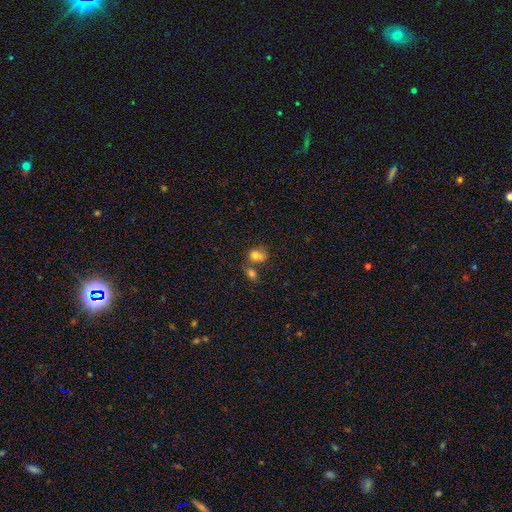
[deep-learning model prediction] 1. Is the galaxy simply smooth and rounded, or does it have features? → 77% smooth, 13% featured or disk, 11% star or artifact.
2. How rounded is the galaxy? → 61% in between, 37% round, 2% cigar-shaped.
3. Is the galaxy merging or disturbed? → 46% merger, 31% none, 14% minor disturbance, 9% major disturbance.